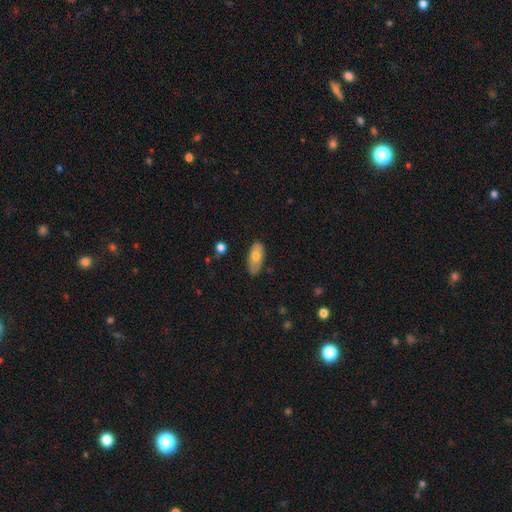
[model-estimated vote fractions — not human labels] A smooth galaxy with no disk features (72%) that is in between round and cigar-shaped (85%).

Vote fractions:
- Smooth or featured? smooth: 72% / featured or disk: 22% / star or artifact: 6%
- How rounded? in between: 85% / cigar-shaped: 12% / round: 3%
- Merging? none: 79% / minor disturbance: 16% / major disturbance: 3% / merger: 2%